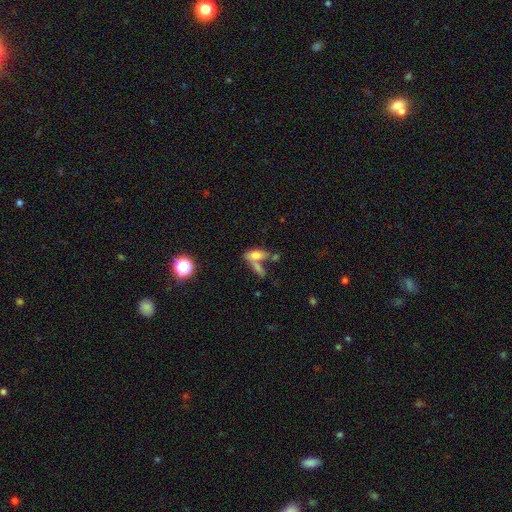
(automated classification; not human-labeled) smooth 67%, featured or disk 22%, star or artifact 11%. Down the decision tree: how rounded — in between (73%); merging — none (40%).